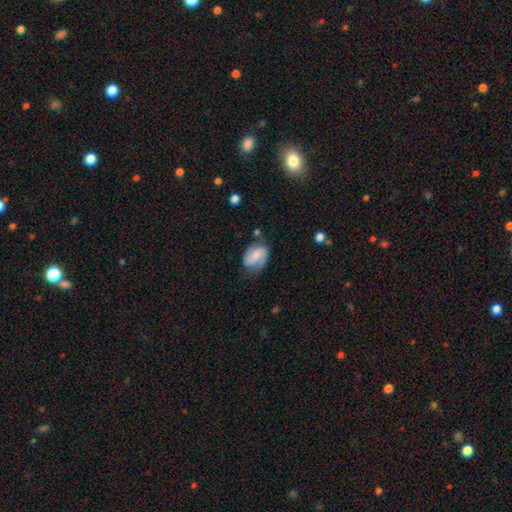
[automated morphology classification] Smooth or featured: featured or disk — 55% (smooth — 37%)
Edge-on disk: no — 97% (yes — 3%)
Bar: weak — 44% (no — 35%)
Spiral arms: yes — 88% (no — 12%)
Bulge size: small — 39% (moderate — 30%)
Merging: none — 56% (minor disturbance — 28%)